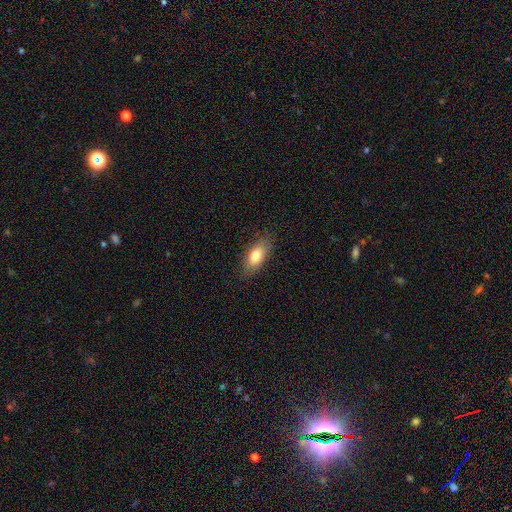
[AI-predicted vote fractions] Morphology: type=smooth (78%); roundness=in between (82%); merging=none (84%).